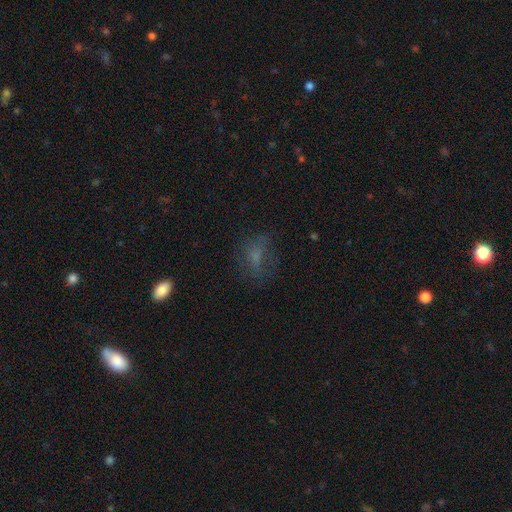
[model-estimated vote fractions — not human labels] Overall: smooth (56%; featured or disk 25%). How rounded: in between (67%; round 29%). Merging: none (54%; major disturbance 23%).